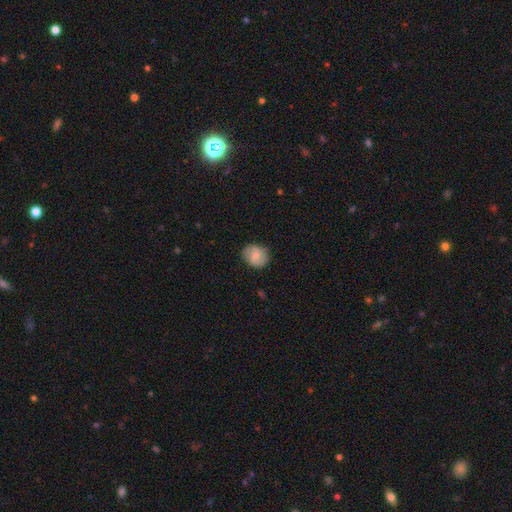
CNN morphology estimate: Smooth or featured?
  - smooth: 62% *
  - featured or disk: 31%
  - star or artifact: 7%
How rounded?
  - round: 68% *
  - in between: 31%
  - cigar-shaped: 1%
Merging?
  - none: 80% *
  - minor disturbance: 15%
  - major disturbance: 3%
  - merger: 1%